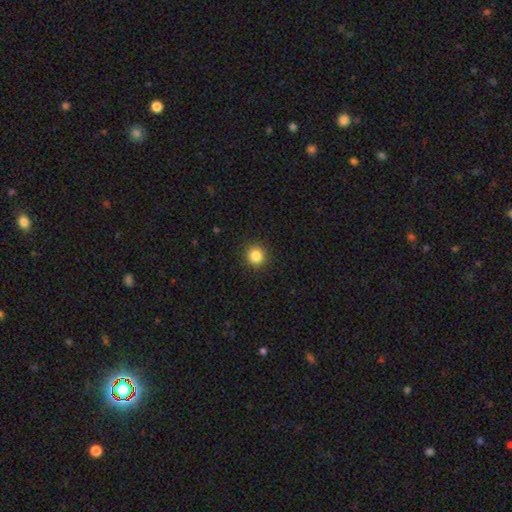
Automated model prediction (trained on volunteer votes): smooth_or_featured: smooth (p=0.85) [alt: star or artifact p=0.11]
how_rounded: round (p=0.93) [alt: in between p=0.06]
merging: none (p=0.91) [alt: minor disturbance p=0.06]